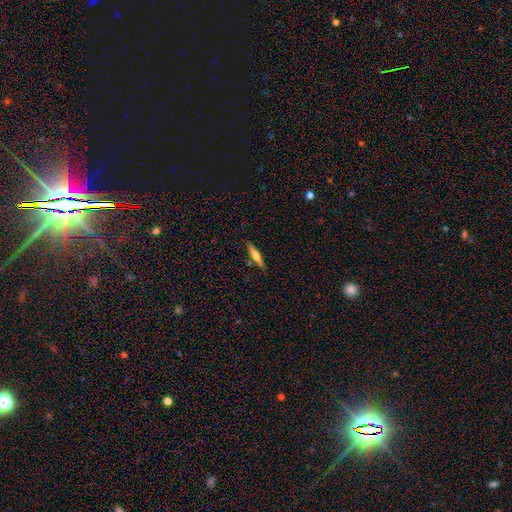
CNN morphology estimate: type=featured or disk (48%); merging=none (85%).